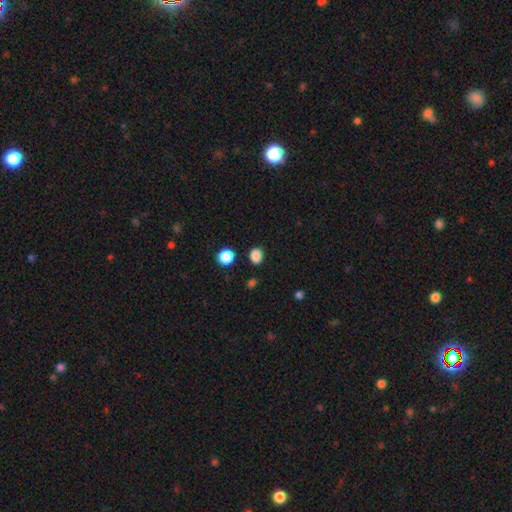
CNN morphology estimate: This is clearly a smooth galaxy (86%). How rounded: possibly round (51%). Merging: clearly none (86%).